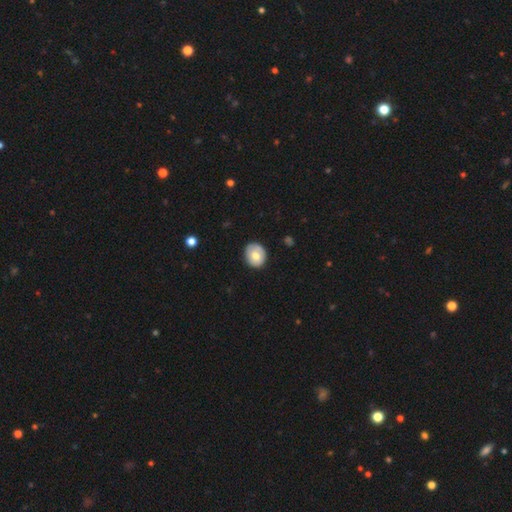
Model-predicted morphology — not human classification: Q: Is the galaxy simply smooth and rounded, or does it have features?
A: smooth — 66%.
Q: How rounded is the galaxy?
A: round — 64%.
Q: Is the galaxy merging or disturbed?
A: none — 81%.